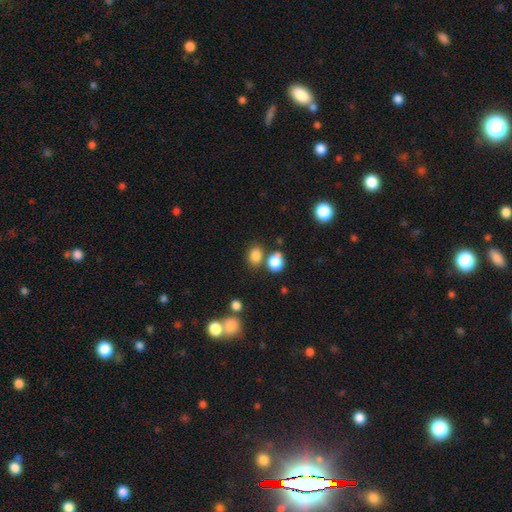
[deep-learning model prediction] Overall: smooth (82%). How rounded: in between (52%; round 47%). Merging: none (65%).